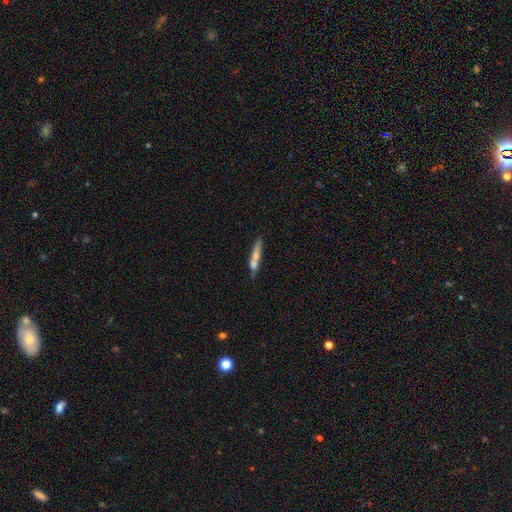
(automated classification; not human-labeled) smooth-or-featured: smooth: 53% | featured or disk: 38% | star or artifact: 9%
  how-rounded: cigar-shaped: 90% | in between: 7% | round: 3%
  merging: none: 63% | merger: 18% | minor disturbance: 14% | major disturbance: 5%